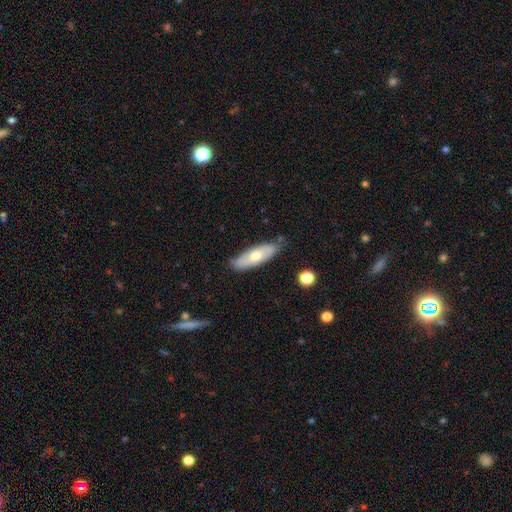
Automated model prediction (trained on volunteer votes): Overall: smooth (60%; featured or disk 34%). How rounded: in between (56%; cigar-shaped 41%). Merging: none (77%).